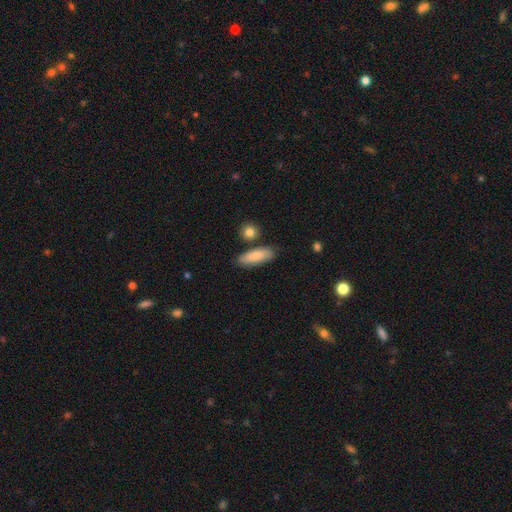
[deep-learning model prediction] This appears to be a smooth galaxy with no disk features (84%) that is in between round and cigar-shaped (64%). Merging: none (79%).